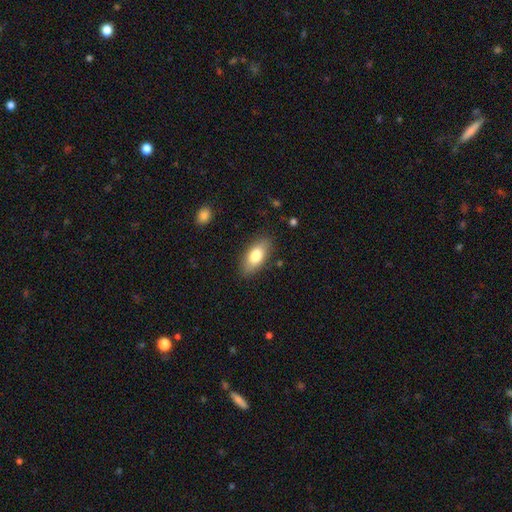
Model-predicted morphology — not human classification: smooth-or-featured: smooth: 78% | featured or disk: 16% | star or artifact: 6%
  how-rounded: in between: 87% | cigar-shaped: 10% | round: 3%
  merging: none: 85% | minor disturbance: 11% | major disturbance: 3% | merger: 1%